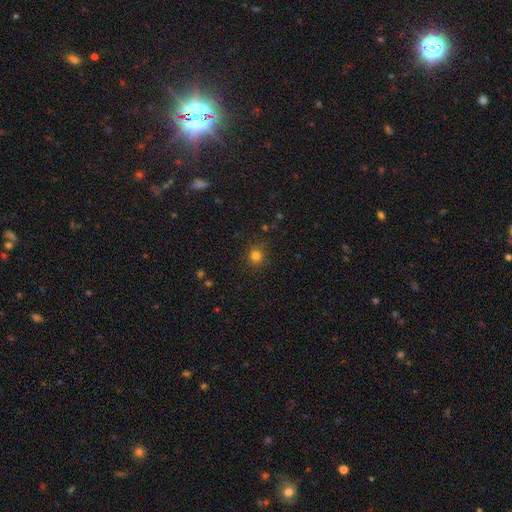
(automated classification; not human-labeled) This appears to be a smooth galaxy with no disk features (79%) that is round (89%). Merging: none (86%).